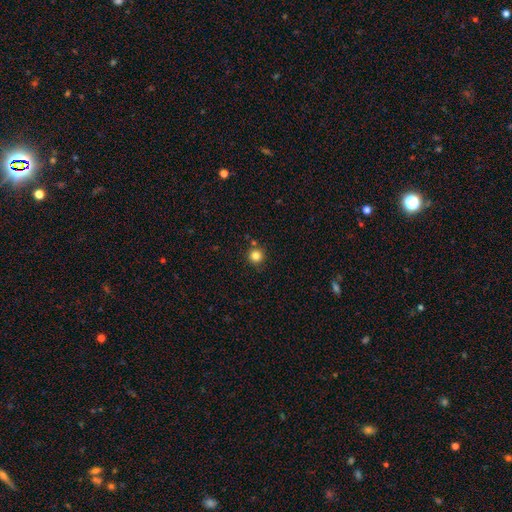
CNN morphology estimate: smooth-or-featured: smooth: 83% | star or artifact: 12% | featured or disk: 5%
  how-rounded: round: 95% | in between: 4% | cigar-shaped: 1%
  merging: none: 86% | minor disturbance: 7% | merger: 5% | major disturbance: 2%